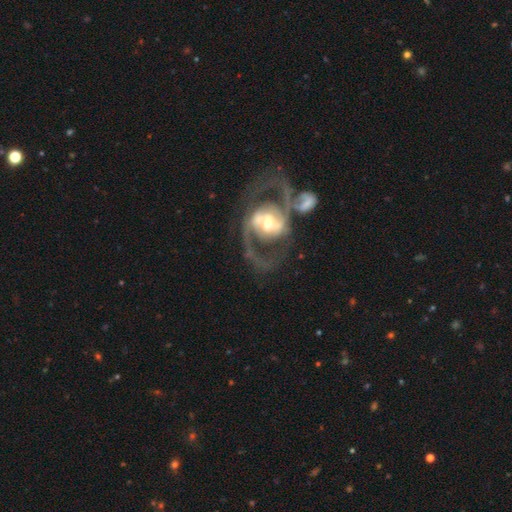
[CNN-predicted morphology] smooth_or_featured: featured or disk (p=0.87) [alt: smooth p=0.07]
disk_edge_on: no (p=0.97) [alt: yes p=0.03]
bar: weak (p=0.38) [alt: strong p=0.32]
has_spiral_arms: yes (p=0.91) [alt: no p=0.09]
spiral_winding: medium (p=0.55) [alt: loose p=0.29]
spiral_arm_count: 2 (p=0.89) [alt: can't tell p=0.04]
bulge_size: moderate (p=0.56) [alt: small p=0.26]
merging: none (p=0.48) [alt: merger p=0.23]